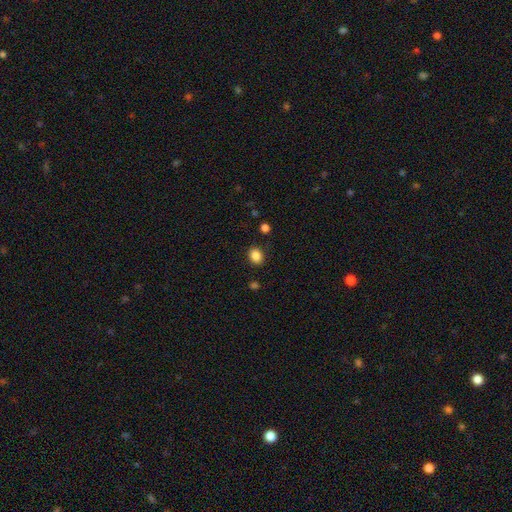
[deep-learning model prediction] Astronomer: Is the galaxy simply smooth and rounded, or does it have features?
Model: smooth — 87%.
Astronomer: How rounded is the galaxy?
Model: in between — 51% (runner-up: round, 48%).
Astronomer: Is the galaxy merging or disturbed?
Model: none — 87%.